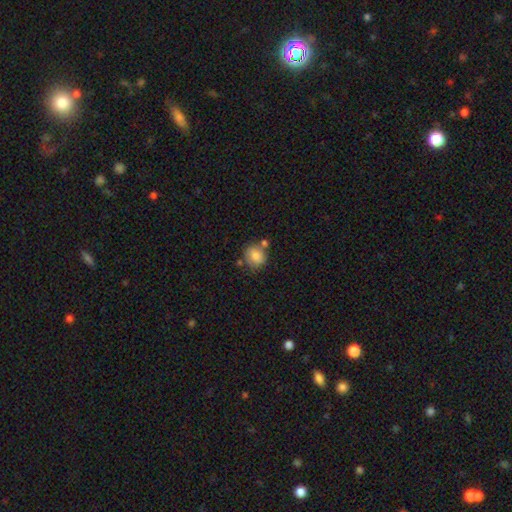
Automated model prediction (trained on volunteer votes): Smooth or featured? smooth (82%)
How rounded? round (69%)
Merging? none (63%)